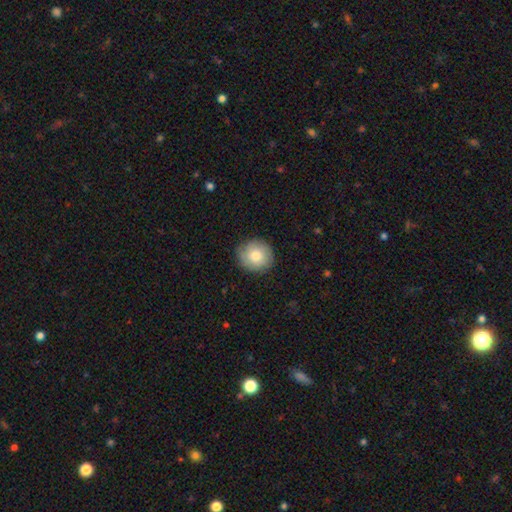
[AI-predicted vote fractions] Smooth or featured? smooth (74%)
How rounded? round (89%)
Merging? none (85%)